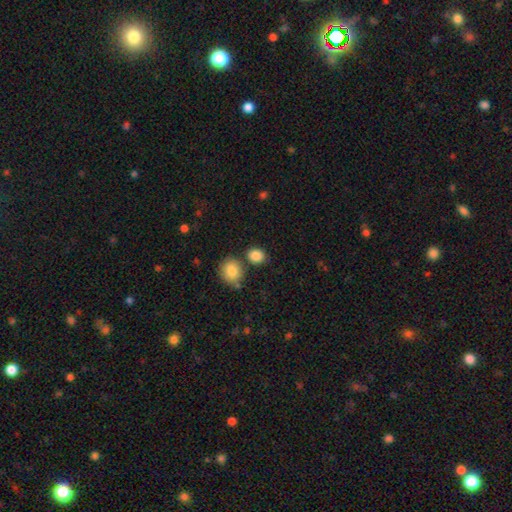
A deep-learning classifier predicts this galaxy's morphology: smooth_or_featured: smooth (p=0.87) [alt: star or artifact p=0.09]
how_rounded: round (p=0.63) [alt: in between p=0.36]
merging: none (p=0.72) [alt: merger p=0.14]